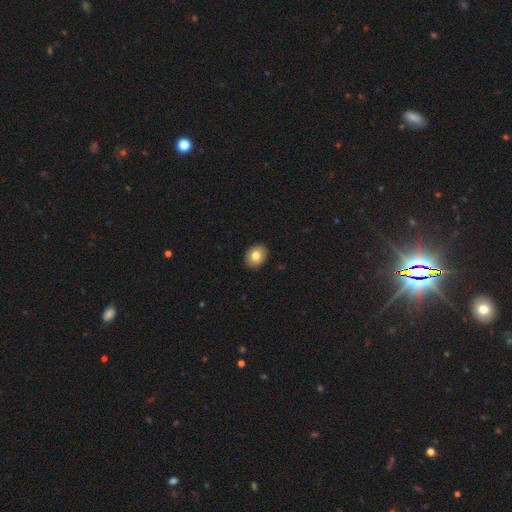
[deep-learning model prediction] This is clearly a smooth galaxy (80%). How rounded: possibly in between (53%). Merging: clearly none (91%).